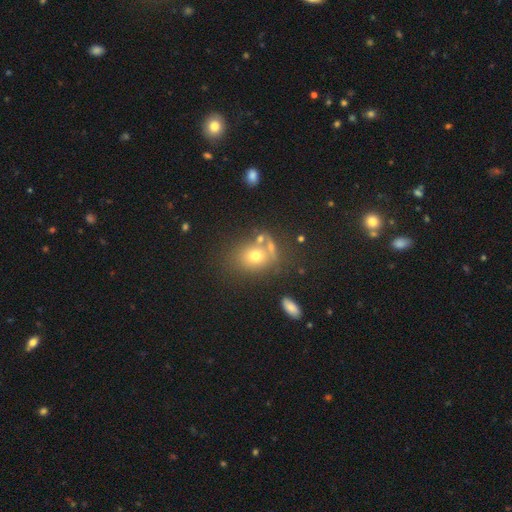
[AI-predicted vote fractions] smooth-or-featured: smooth: 65% | star or artifact: 17% | featured or disk: 17%
  how-rounded: round: 53% | in between: 46% | cigar-shaped: 1%
  merging: none: 54% | merger: 24% | minor disturbance: 14% | major disturbance: 8%